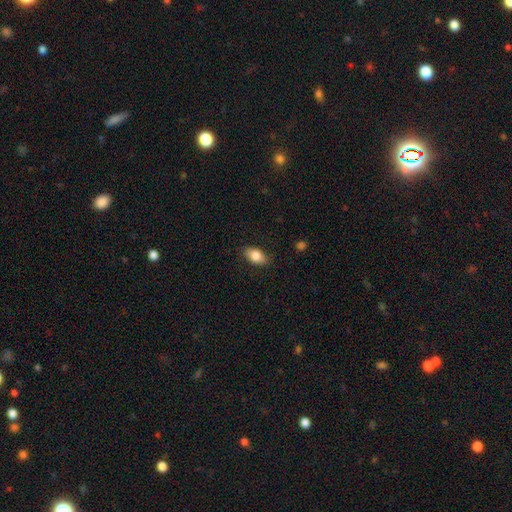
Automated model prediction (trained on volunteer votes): This appears to be a smooth galaxy with no disk features (81%) that is in between round and cigar-shaped (89%). Merging: none (85%).